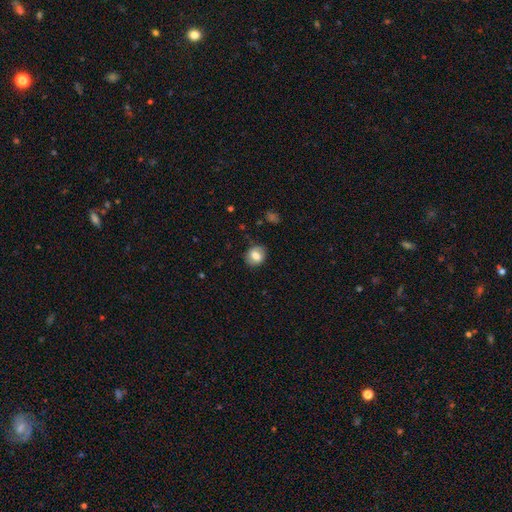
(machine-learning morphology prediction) A smooth galaxy with no disk features (74%) that is round (63%).

Vote fractions:
- Smooth or featured? smooth: 74% / featured or disk: 17% / star or artifact: 8%
- How rounded? round: 63% / in between: 36% / cigar-shaped: 1%
- Merging? none: 82% / minor disturbance: 13% / major disturbance: 4% / merger: 1%